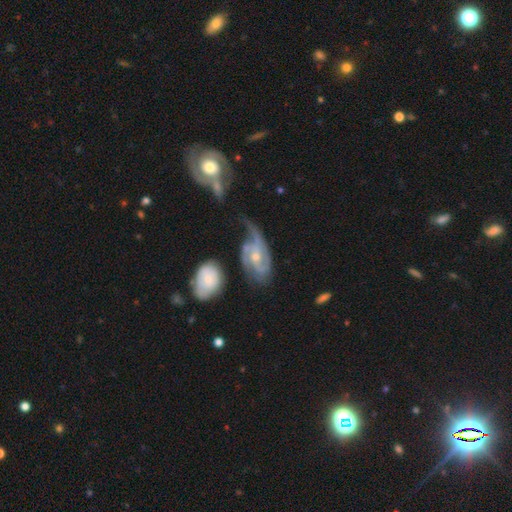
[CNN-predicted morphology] smooth-or-featured: featured or disk: 83% | smooth: 11% | star or artifact: 6%
  disk-edge-on: no: 96% | yes: 4%
    bar: no: 58% | weak: 33% | strong: 9%
    has-spiral-arms: yes: 94% | no: 6%
      spiral-winding: medium: 42% | tight: 31% | loose: 27%
      spiral-arm-count: 2: 54% | can't tell: 17% | 3: 12% | 1: 11% | 4: 3% | more than 4: 3%
    bulge-size: small: 55% | moderate: 41% | none: 2% | large: 2% | dominant: 1%
  merging: none: 33% | major disturbance: 32% | minor disturbance: 25% | merger: 10%